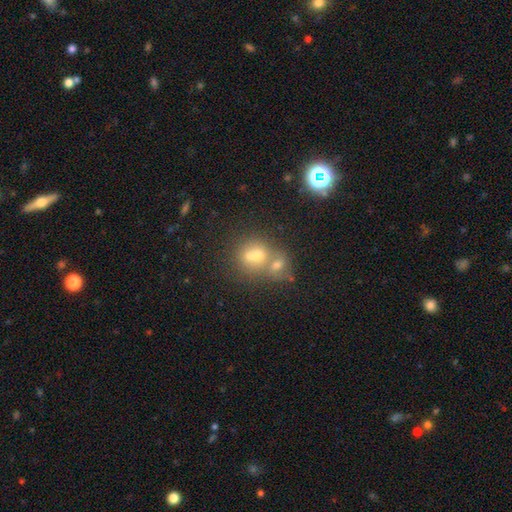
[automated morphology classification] smooth 57%, featured or disk 22%, star or artifact 21%. Down the decision tree: how rounded — round (71%); merging — merger (63%).